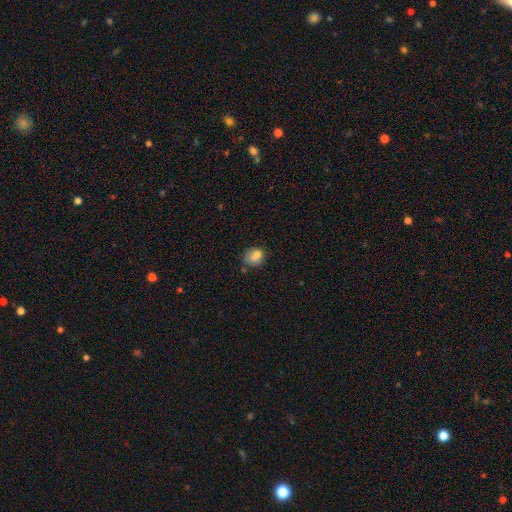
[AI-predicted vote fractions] smooth 76%, featured or disk 13%, star or artifact 11%. Down the decision tree: how rounded — round (60%); merging — none (51%).